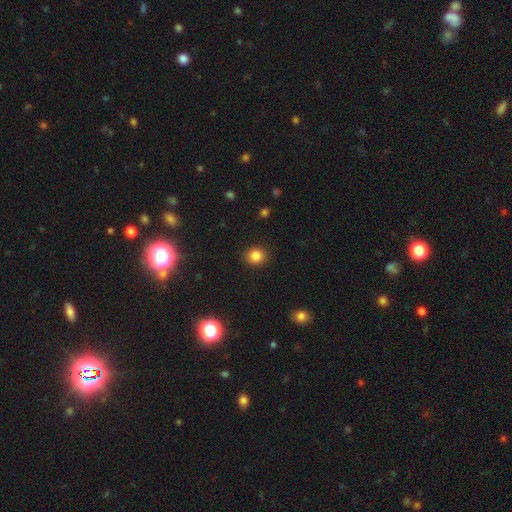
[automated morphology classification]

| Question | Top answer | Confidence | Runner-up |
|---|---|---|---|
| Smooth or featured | smooth | 84% | star or artifact (12%) |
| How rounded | round | 85% | in between (14%) |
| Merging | none | 90% | minor disturbance (6%) |